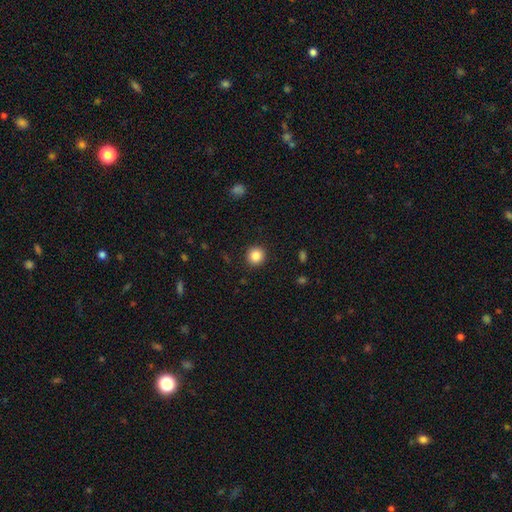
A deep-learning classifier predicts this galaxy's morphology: This is clearly a smooth galaxy (85%). How rounded: clearly round (93%). Merging: clearly none (92%).